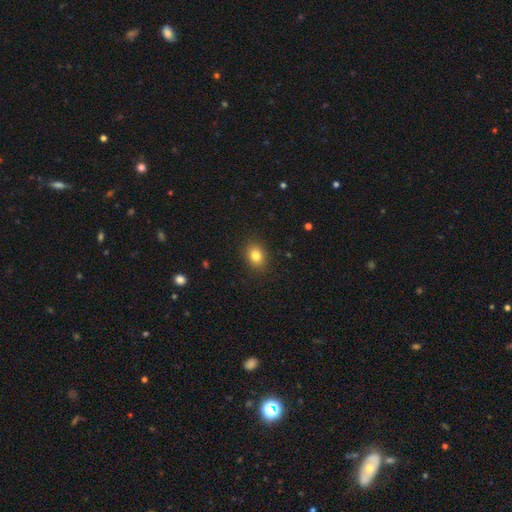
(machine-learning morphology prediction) This appears to be a smooth galaxy with no disk features (82%) that is in between round and cigar-shaped (54%). Merging: none (88%).